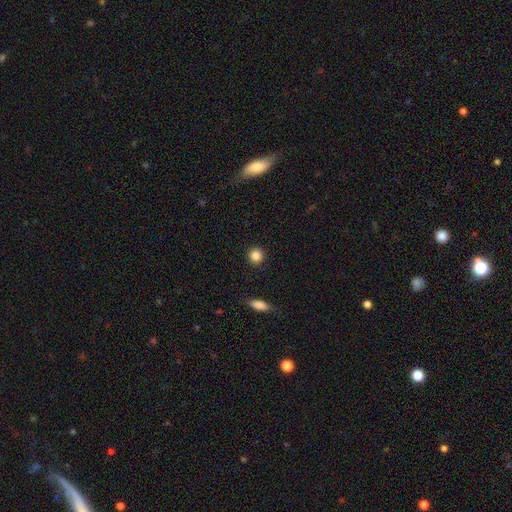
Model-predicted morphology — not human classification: smooth 86%, star or artifact 10%, featured or disk 4%. Down the decision tree: how rounded — round (92%); merging — none (92%).